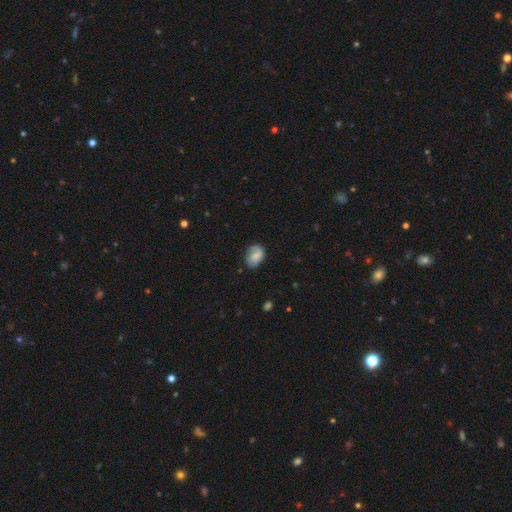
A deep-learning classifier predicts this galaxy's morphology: Q: Smooth or featured?
A: smooth (61%); runner-up: featured or disk (31%)
Q: How rounded?
A: in between (72%); runner-up: round (26%)
Q: Merging?
A: none (60%); runner-up: minor disturbance (29%)